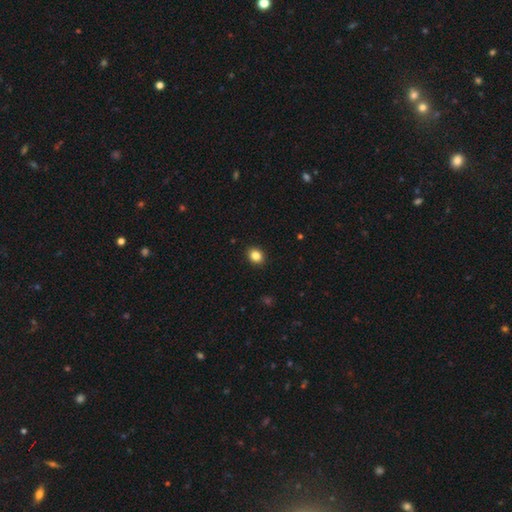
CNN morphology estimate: Smooth or featured? smooth (85%)
How rounded? round (62%)
Merging? none (91%)